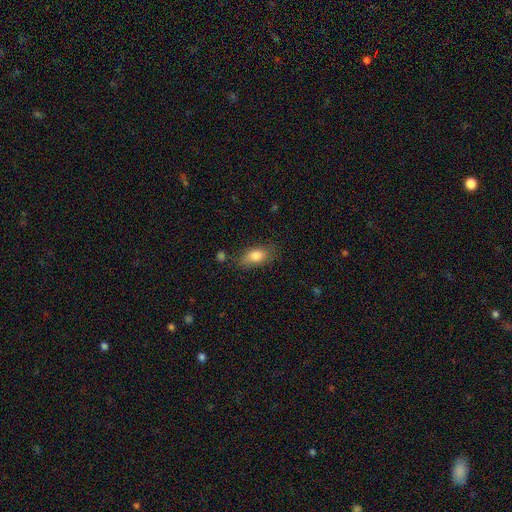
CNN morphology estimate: Q: Smooth or featured?
A: smooth (82%); runner-up: featured or disk (11%)
Q: How rounded?
A: in between (85%); runner-up: round (8%)
Q: Merging?
A: none (72%); runner-up: minor disturbance (20%)